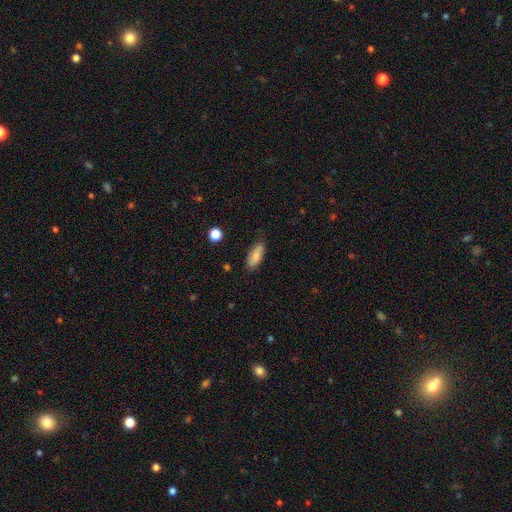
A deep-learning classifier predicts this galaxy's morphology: A smooth galaxy with no disk features (80%) that is in between round and cigar-shaped (78%). Merging: none (80%).